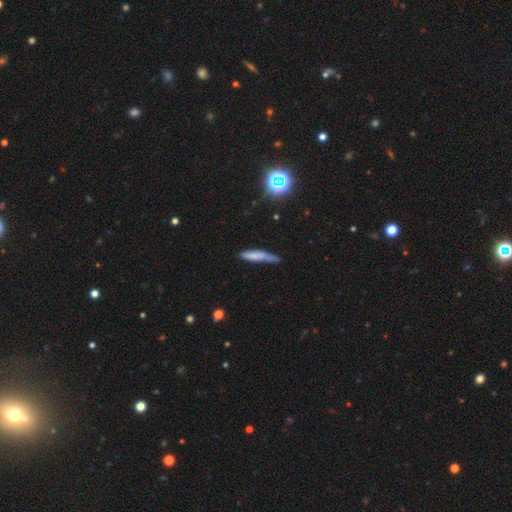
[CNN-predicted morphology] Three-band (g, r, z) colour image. It shows a smooth galaxy with no disk features (66%) that is cigar-shaped (87%). Merging: none (50%).